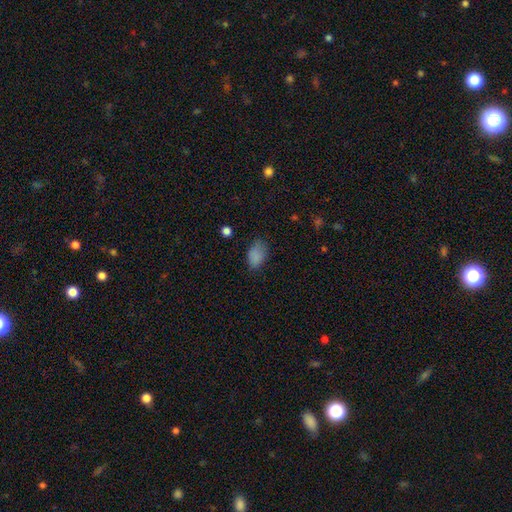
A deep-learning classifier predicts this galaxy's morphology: Smooth or featured? Predicted: smooth (p=0.84). How rounded? Predicted: in between (p=0.87). Merging? Predicted: none (p=0.67).